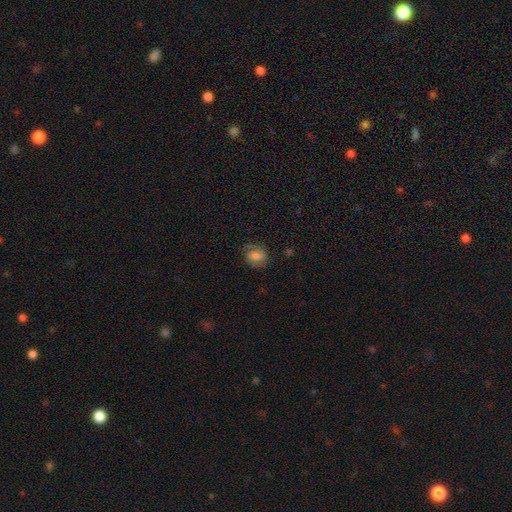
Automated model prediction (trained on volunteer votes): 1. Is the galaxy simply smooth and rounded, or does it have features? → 57% smooth, 34% featured or disk, 10% star or artifact.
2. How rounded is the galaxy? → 52% in between, 46% round, 2% cigar-shaped.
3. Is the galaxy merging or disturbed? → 73% none, 18% minor disturbance, 8% major disturbance, 1% merger.